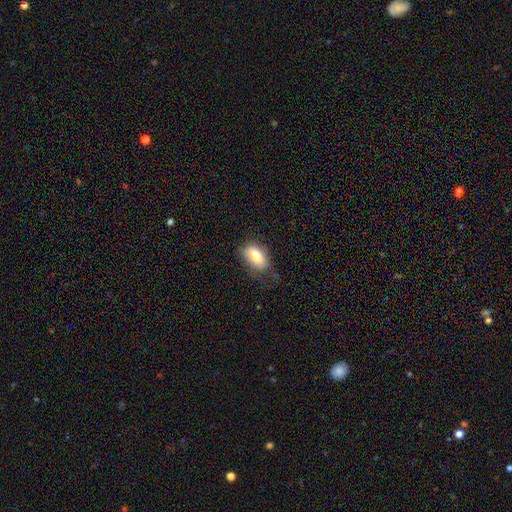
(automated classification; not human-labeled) smooth-or-featured: smooth: 74% | featured or disk: 19% | star or artifact: 7%
  how-rounded: in between: 91% | round: 5% | cigar-shaped: 4%
  merging: none: 49% | minor disturbance: 33% | major disturbance: 16% | merger: 2%